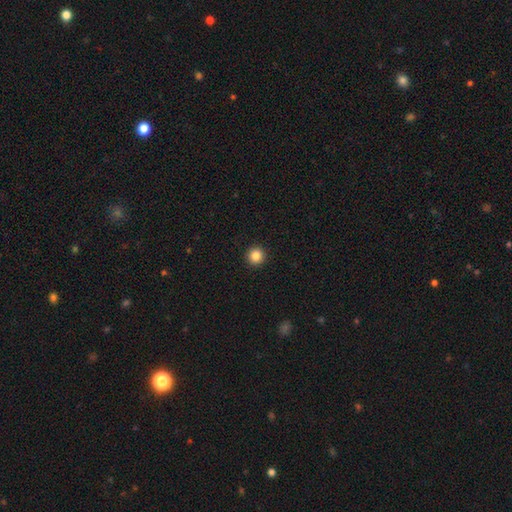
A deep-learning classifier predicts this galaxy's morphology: A smooth galaxy with no disk features (85%) that is round (96%).

Vote fractions:
- Smooth or featured? smooth: 85% / star or artifact: 11% / featured or disk: 4%
- How rounded? round: 96% / in between: 3% / cigar-shaped: 1%
- Merging? none: 94% / minor disturbance: 4% / major disturbance: 1% / merger: 1%